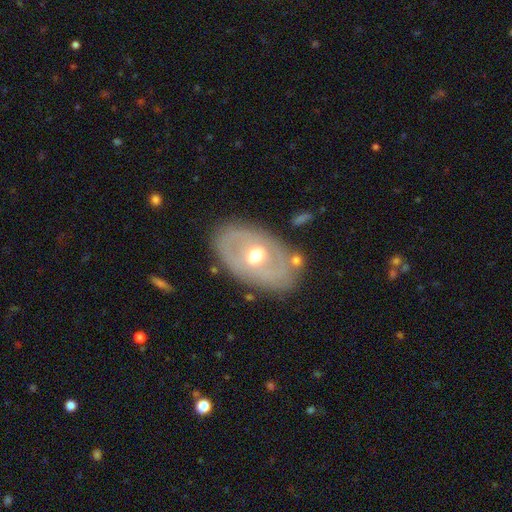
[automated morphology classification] type=featured or disk (65%); edge-on=no (91%); bar=no (56%); spiral arms=no (71%); bulge=moderate (74%); merging=none (78%).